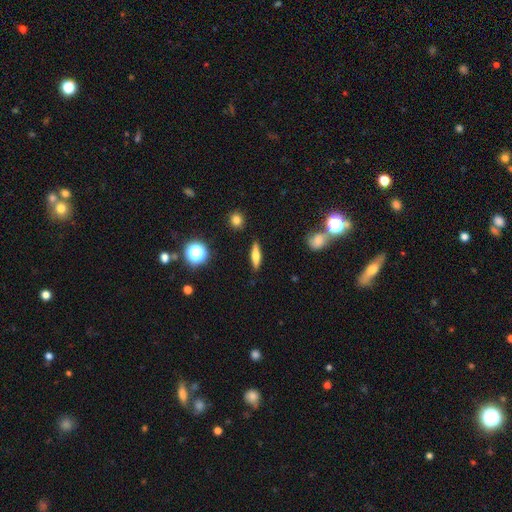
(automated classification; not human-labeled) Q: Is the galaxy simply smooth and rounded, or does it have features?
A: smooth — 56%.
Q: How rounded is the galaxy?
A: cigar-shaped — 66%.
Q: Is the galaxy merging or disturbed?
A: none — 87%.